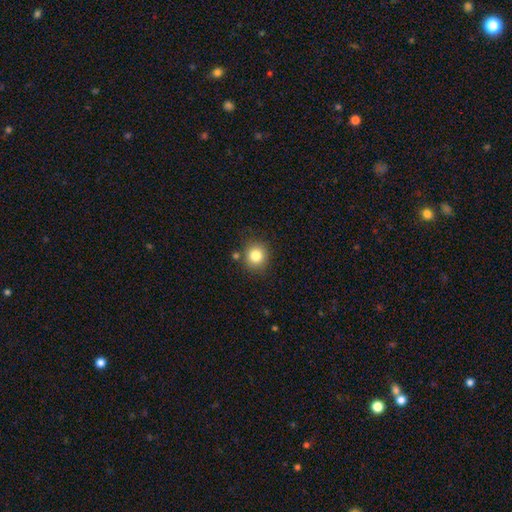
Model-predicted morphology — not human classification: This appears to be a smooth galaxy with no disk features (83%) that is round (88%). Merging: none (83%).